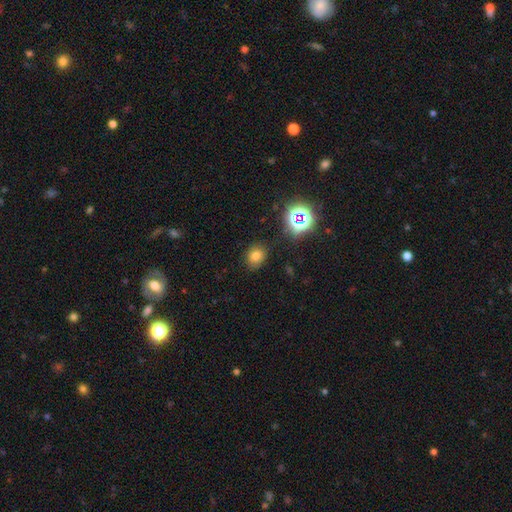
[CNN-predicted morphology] Smooth or featured?
  - smooth: 71% *
  - star or artifact: 20%
  - featured or disk: 8%
How rounded?
  - round: 55% *
  - in between: 44%
  - cigar-shaped: 1%
Merging?
  - none: 83% *
  - minor disturbance: 11%
  - major disturbance: 4%
  - merger: 2%